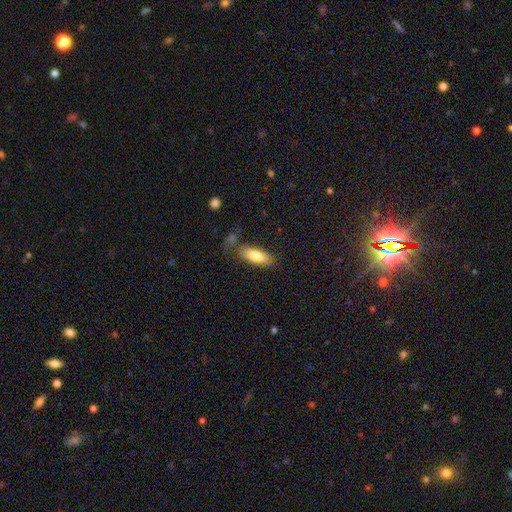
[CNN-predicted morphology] type=smooth (78%); roundness=in between (71%); merging=none (68%).